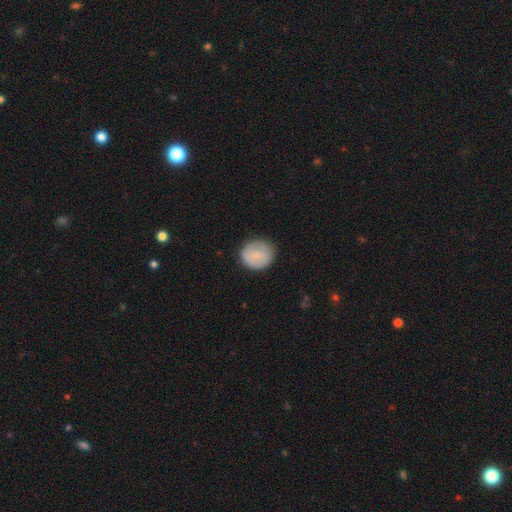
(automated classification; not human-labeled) smooth_or_featured: smooth (p=0.81) [alt: featured or disk p=0.12]
how_rounded: round (p=0.81) [alt: in between p=0.18]
merging: none (p=0.79) [alt: minor disturbance p=0.16]